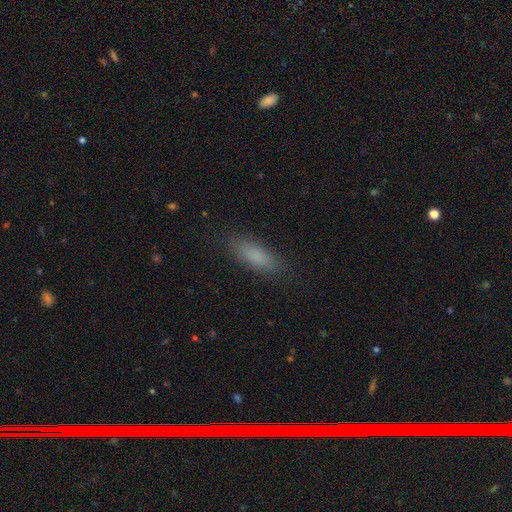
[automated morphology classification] This appears to be a smooth galaxy with no disk features (83%) that is in between round and cigar-shaped (59%). Merging: none (85%).